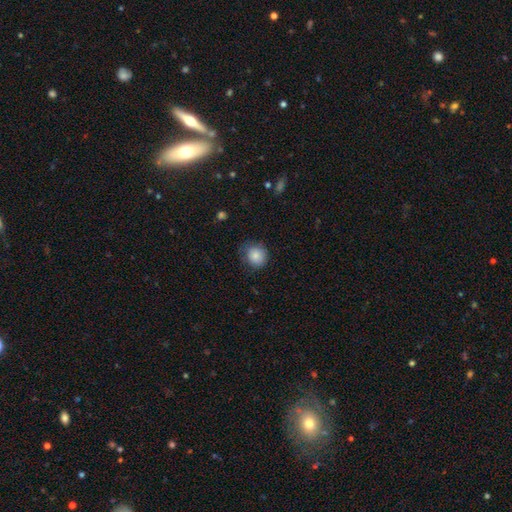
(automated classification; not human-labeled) Overall: smooth (84%). How rounded: round (84%). Merging: none (69%).